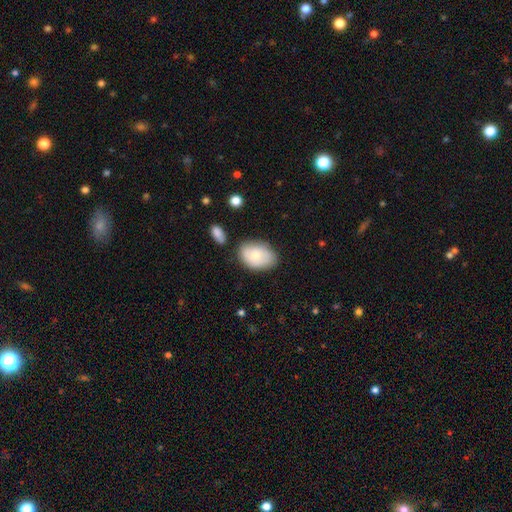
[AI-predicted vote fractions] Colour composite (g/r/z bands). It shows a smooth galaxy with no disk features (69%) that is in between round and cigar-shaped (84%). Merging: none (68%).